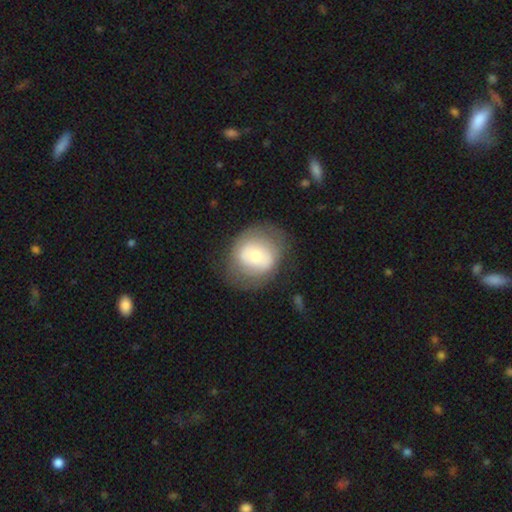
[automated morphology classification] type=smooth (50%); roundness=round (73%); merging=none (70%).